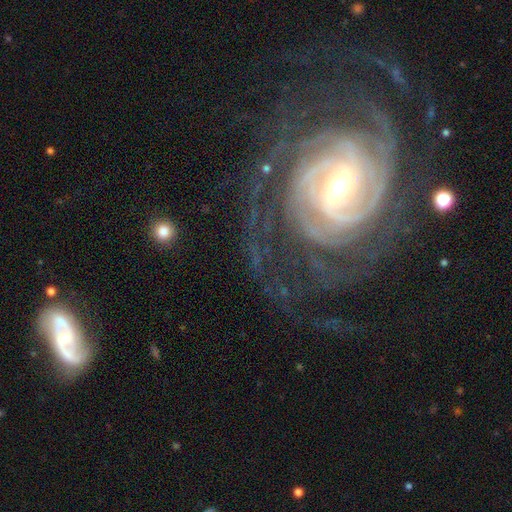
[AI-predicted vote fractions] Smooth or featured? Predicted: featured or disk (p=0.91). Edge-on disk? Predicted: no (p=0.97). Bar? Predicted: strong (p=0.53). Spiral arms? Predicted: yes (p=0.98). Spiral winding? Predicted: tight (p=0.68). Spiral arm count? Predicted: 2 (p=0.23). Bulge size? Predicted: moderate (p=0.53). Merging? Predicted: none (p=0.62).